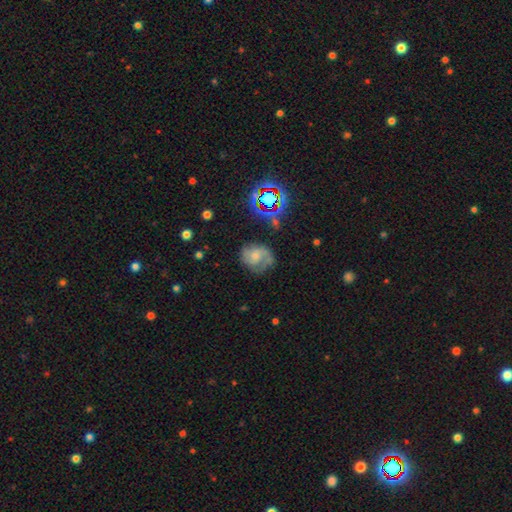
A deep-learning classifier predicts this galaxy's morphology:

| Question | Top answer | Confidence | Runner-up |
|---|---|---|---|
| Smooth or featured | featured or disk | 54% | smooth (33%) |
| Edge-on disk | no | 97% | yes (3%) |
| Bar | no | 67% | weak (28%) |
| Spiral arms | yes | 84% | no (16%) |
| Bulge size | small | 45% | moderate (37%) |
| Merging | none | 53% | minor disturbance (26%) |